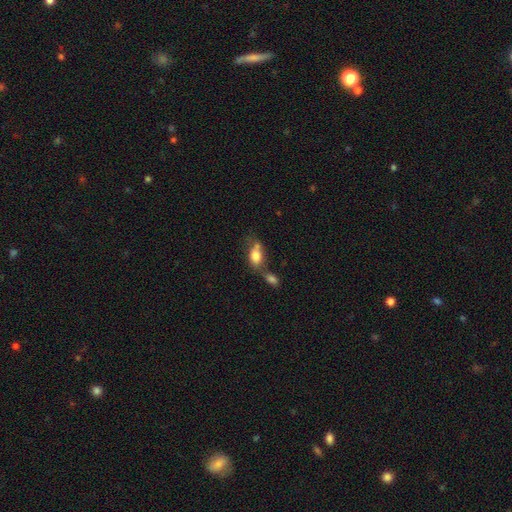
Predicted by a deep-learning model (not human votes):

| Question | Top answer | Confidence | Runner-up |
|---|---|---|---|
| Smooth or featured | smooth | 77% | featured or disk (14%) |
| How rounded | in between | 79% | round (17%) |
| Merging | merger | 40% | none (34%) |